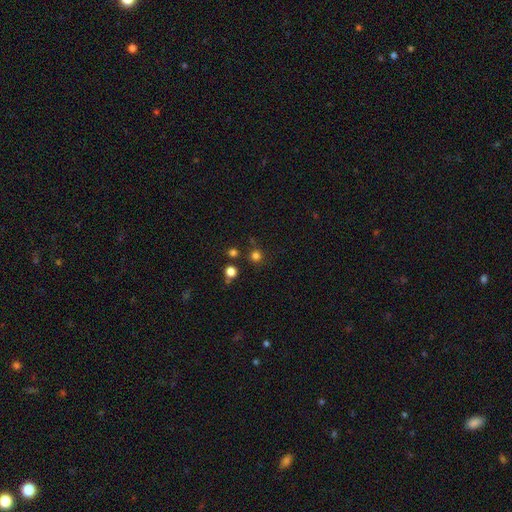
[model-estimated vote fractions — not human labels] Q: Smooth or featured?
A: smooth (75%); runner-up: star or artifact (20%)
Q: How rounded?
A: round (94%); runner-up: in between (5%)
Q: Merging?
A: none (82%); runner-up: minor disturbance (8%)